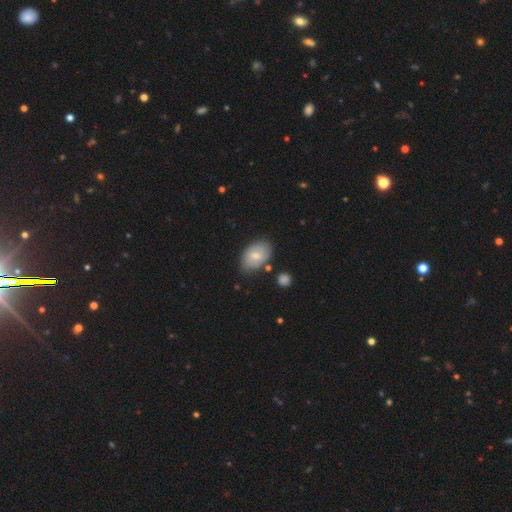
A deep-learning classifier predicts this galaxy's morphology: Smooth or featured: smooth — 68% (featured or disk — 25%)
How rounded: in between — 90% (round — 8%)
Merging: none — 75% (minor disturbance — 17%)